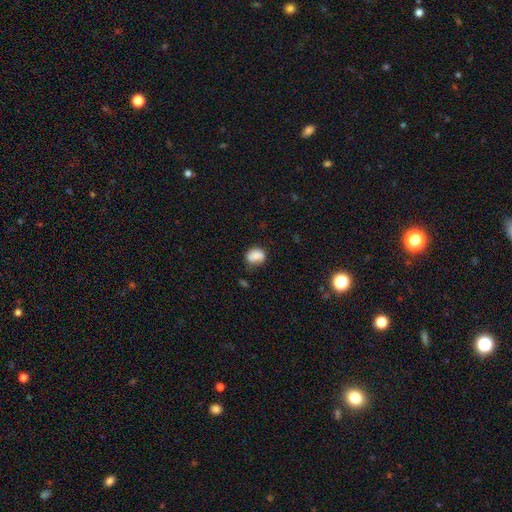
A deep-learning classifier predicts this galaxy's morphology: Smooth or featured? Predicted: smooth (p=0.83). How rounded? Predicted: in between (p=0.56). Merging? Predicted: none (p=0.58).